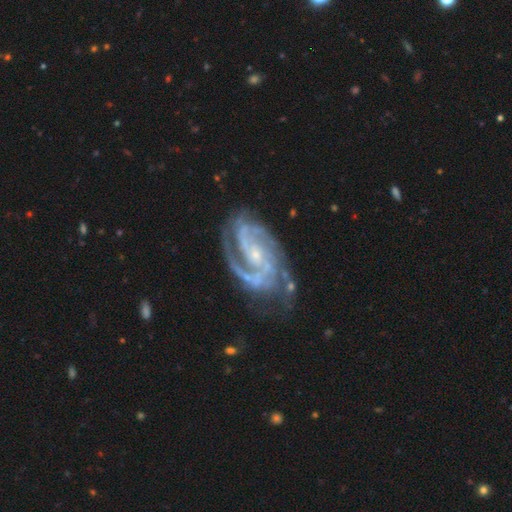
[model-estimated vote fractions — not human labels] Morphology: type=featured or disk (92%); edge-on=no (97%); bar=no (47%); spiral arms=yes (98%); winding=tight (51%); arm count=2 (56%); bulge=small (71%); merging=none (65%).